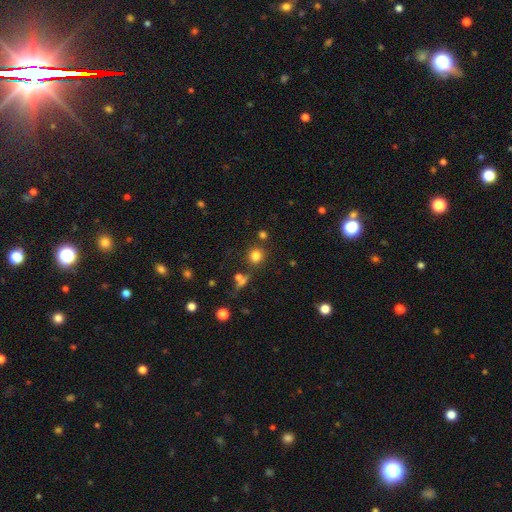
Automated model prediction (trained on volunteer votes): This appears to be a smooth galaxy with no disk features (79%) that is round (88%). Merging: none (78%).